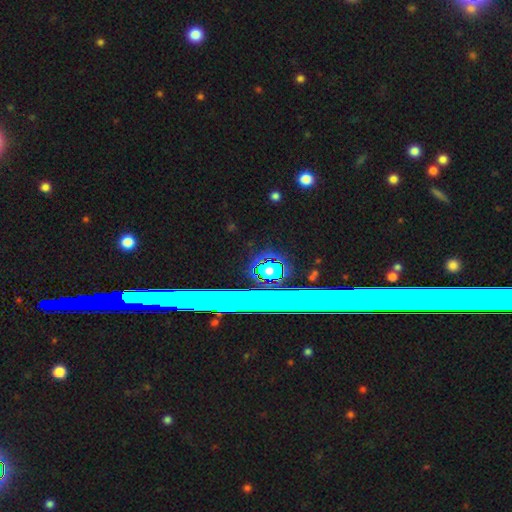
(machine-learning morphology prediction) Smooth or featured? Predicted: star or artifact (p=0.70).